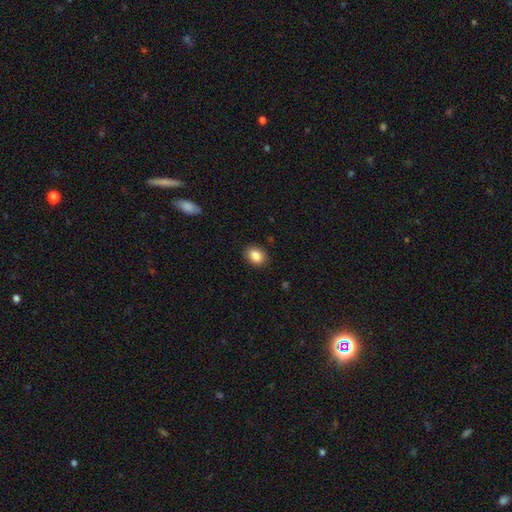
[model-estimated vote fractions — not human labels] Smooth or featured?
  - smooth: 85% *
  - star or artifact: 9%
  - featured or disk: 6%
How rounded?
  - in between: 65% *
  - round: 34%
  - cigar-shaped: 1%
Merging?
  - none: 89% *
  - minor disturbance: 8%
  - major disturbance: 2%
  - merger: 1%